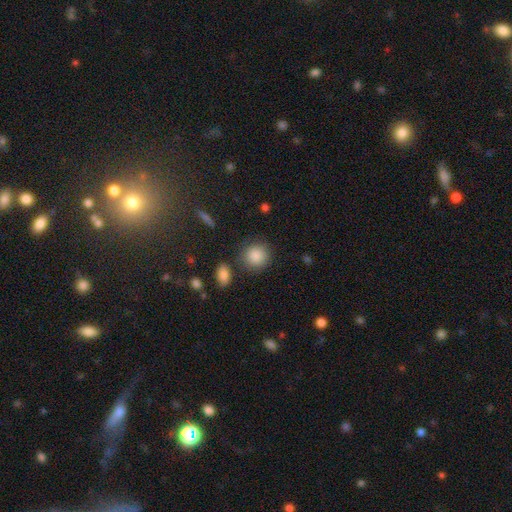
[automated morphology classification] This is clearly a smooth galaxy (87%). How rounded: clearly round (88%). Merging: clearly none (82%).